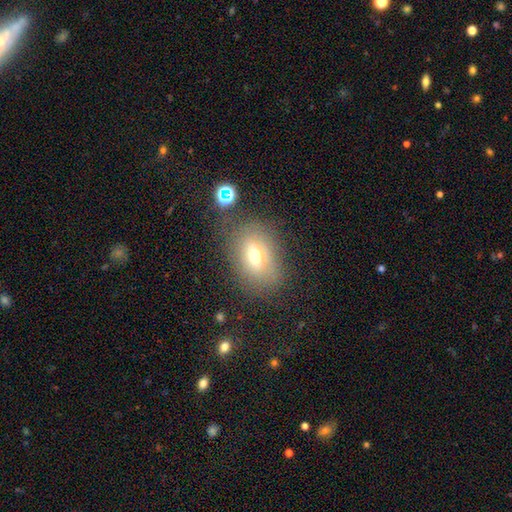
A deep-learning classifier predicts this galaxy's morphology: Overall: smooth (63%). How rounded: in between (73%). Merging: none (70%).